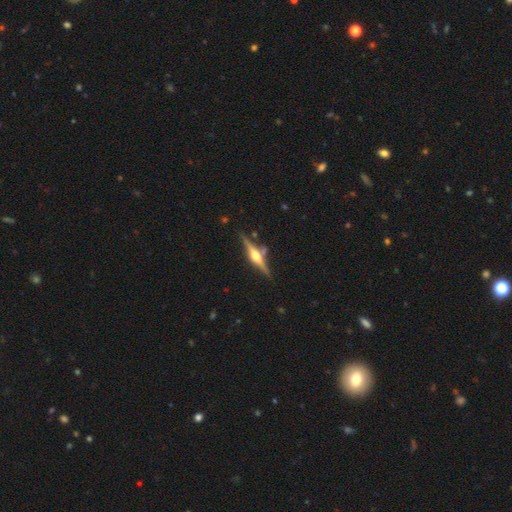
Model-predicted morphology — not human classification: The model was most divided on "smooth or featured": featured or disk: 81%, smooth: 13%, star or artifact: 6%. More confident: edge-on disk — yes (98%); edge-on bulge — rounded (94%); merging — none (82%).